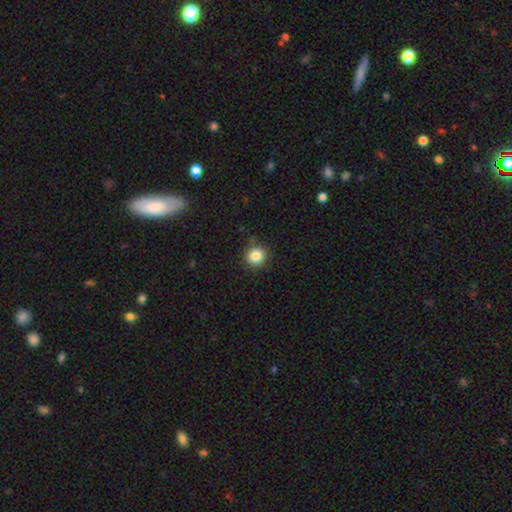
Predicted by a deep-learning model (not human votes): Smooth or featured: smooth — 85% (star or artifact — 11%)
How rounded: round — 91% (in between — 8%)
Merging: none — 86% (minor disturbance — 10%)